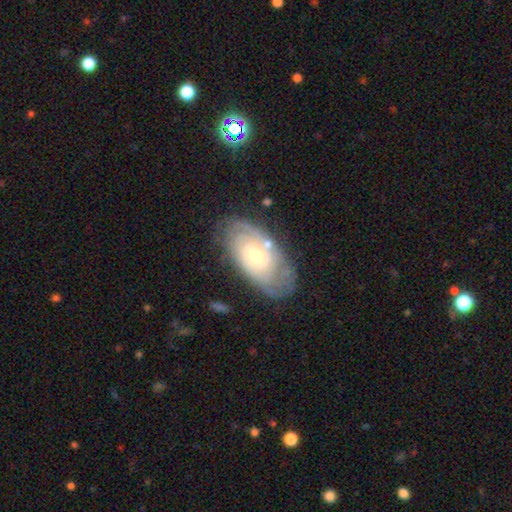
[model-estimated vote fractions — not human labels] smooth-or-featured: featured or disk: 78% | smooth: 17% | star or artifact: 6%
  disk-edge-on: no: 94% | yes: 6%
    bar: no: 58% | weak: 35% | strong: 7%
    has-spiral-arms: yes: 90% | no: 10%
      spiral-winding: tight: 73% | medium: 22% | loose: 6%
      spiral-arm-count: can't tell: 47% | 2: 27% | 3: 12% | 4: 7% | 1: 4% | more than 4: 4%
    bulge-size: small: 48% | moderate: 47% | large: 3% | none: 1% | dominant: 1%
  merging: none: 70% | minor disturbance: 19% | major disturbance: 6% | merger: 4%